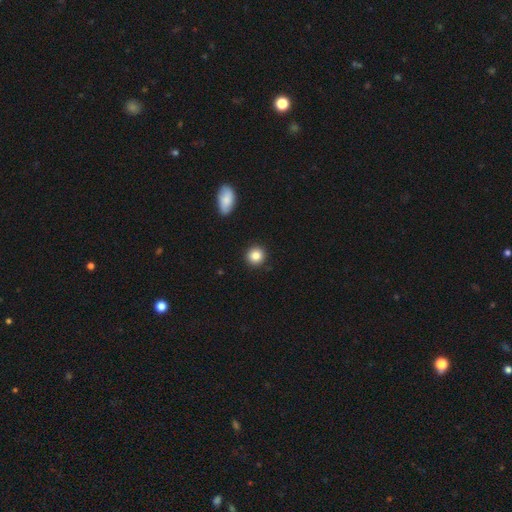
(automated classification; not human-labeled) The model was most divided on "smooth or featured": smooth: 85%, star or artifact: 9%, featured or disk: 6%. More confident: how rounded — round (92%); merging — none (91%).